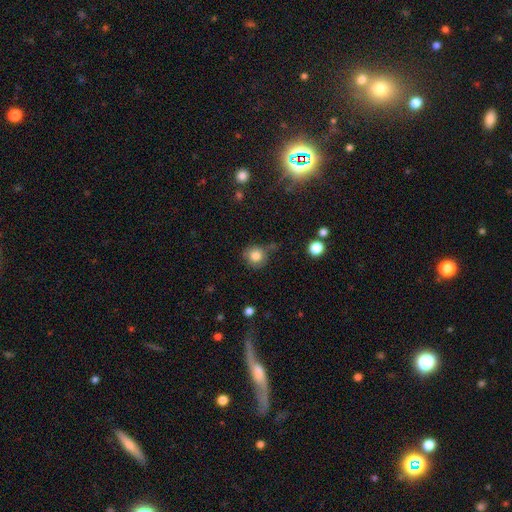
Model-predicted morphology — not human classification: A smooth galaxy with no disk features (82%) that is round (89%).

Vote fractions:
- Smooth or featured? smooth: 82% / star or artifact: 10% / featured or disk: 9%
- How rounded? round: 89% / in between: 10% / cigar-shaped: 1%
- Merging? none: 70% / minor disturbance: 19% / major disturbance: 6% / merger: 5%